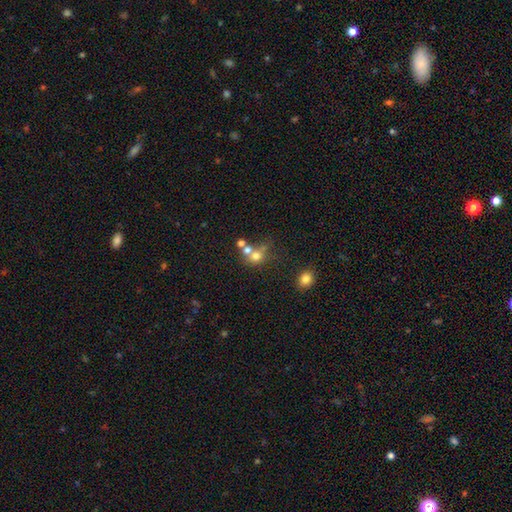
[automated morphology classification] Q: Smooth or featured?
A: smooth (66%); runner-up: featured or disk (17%)
Q: How rounded?
A: round (76%); runner-up: in between (23%)
Q: Merging?
A: merger (47%); runner-up: none (37%)